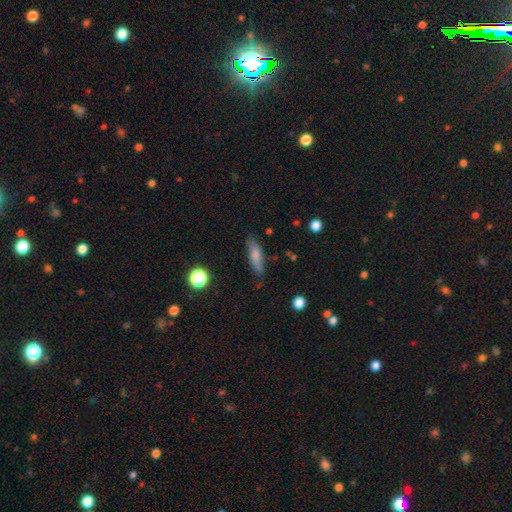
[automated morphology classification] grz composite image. It shows a smooth galaxy with no disk features (75%) that is cigar-shaped (49%). Merging: none (79%).